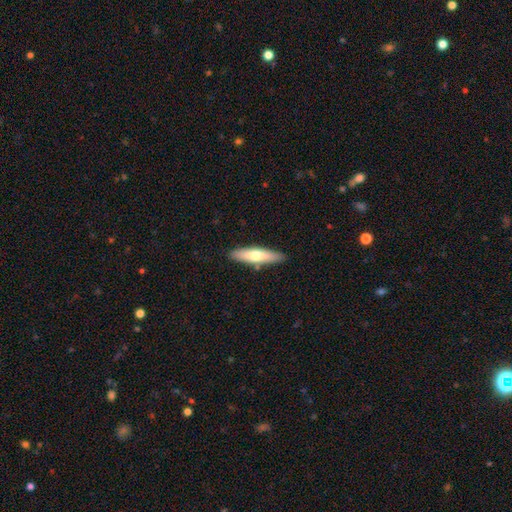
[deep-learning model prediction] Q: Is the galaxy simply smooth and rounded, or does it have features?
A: smooth — 61%.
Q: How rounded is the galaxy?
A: cigar-shaped — 75%.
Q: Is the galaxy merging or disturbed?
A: none — 87%.